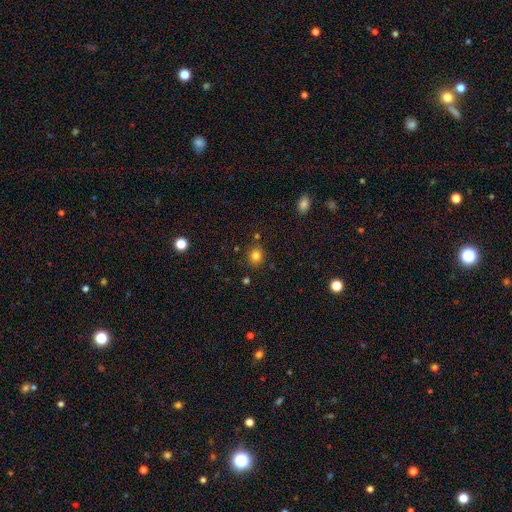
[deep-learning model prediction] Q: Smooth or featured?
A: smooth (81%); runner-up: star or artifact (13%)
Q: How rounded?
A: round (74%); runner-up: in between (25%)
Q: Merging?
A: none (83%); runner-up: minor disturbance (10%)